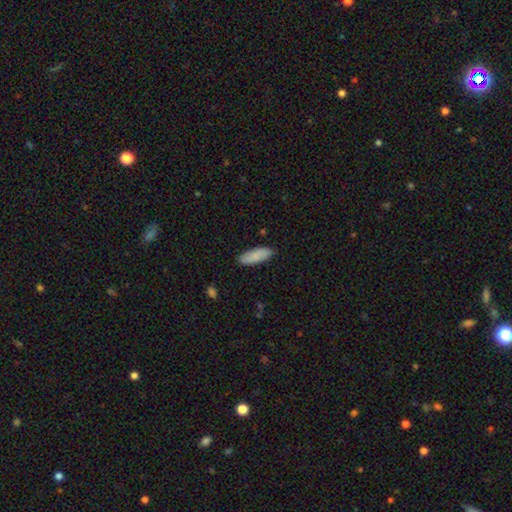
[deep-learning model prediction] smooth-or-featured: smooth: 87% | featured or disk: 8% | star or artifact: 6%
  how-rounded: in between: 65% | cigar-shaped: 34% | round: 2%
  merging: none: 87% | minor disturbance: 10% | major disturbance: 2% | merger: 1%